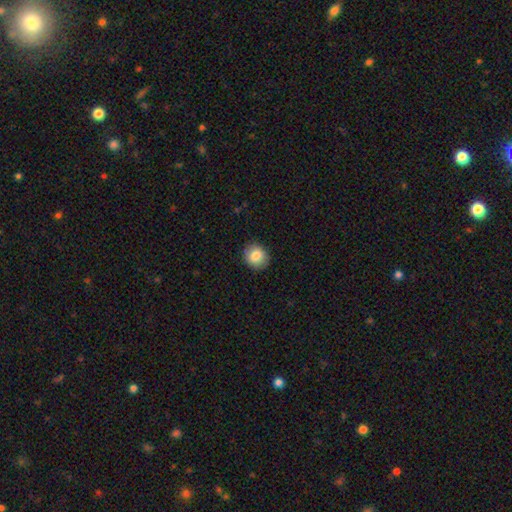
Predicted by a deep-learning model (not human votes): Q: Smooth or featured?
A: smooth (84%); runner-up: star or artifact (9%)
Q: How rounded?
A: round (83%); runner-up: in between (16%)
Q: Merging?
A: none (88%); runner-up: minor disturbance (9%)